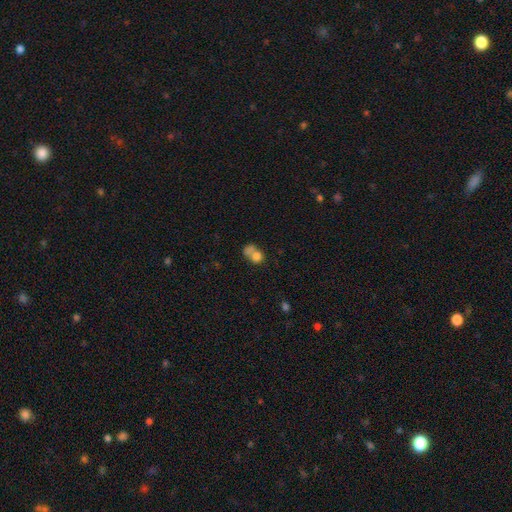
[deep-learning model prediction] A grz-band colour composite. It shows a smooth galaxy with no disk features (74%) that is round (56%). Merging: merger (58%).